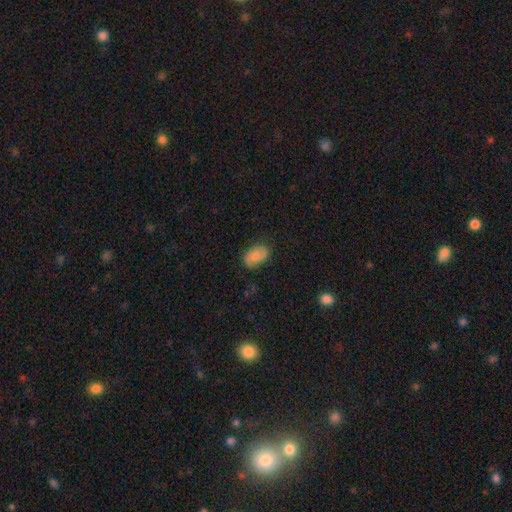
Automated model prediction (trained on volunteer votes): A smooth galaxy with no disk features (78%) that is in between round and cigar-shaped (89%). Merging: none (75%).